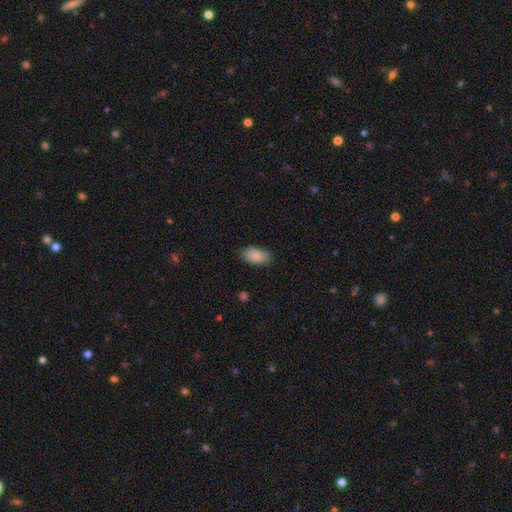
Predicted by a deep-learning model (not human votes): smooth_or_featured: smooth (p=0.86) [alt: featured or disk p=0.07]
how_rounded: in between (p=0.93) [alt: round p=0.05]
merging: none (p=0.80) [alt: minor disturbance p=0.16]